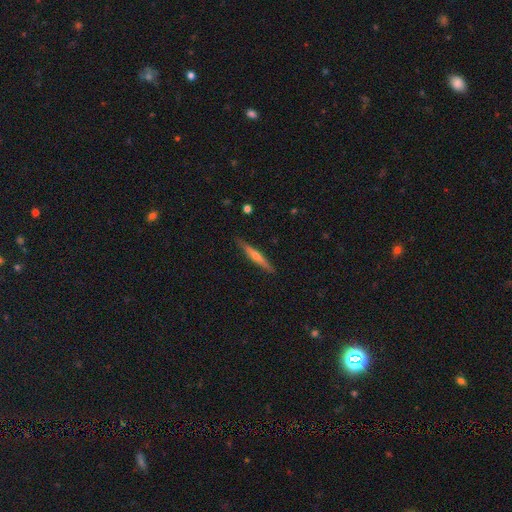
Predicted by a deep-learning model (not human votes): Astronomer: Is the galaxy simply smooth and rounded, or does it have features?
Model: featured or disk — 53% (runner-up: smooth, 41%).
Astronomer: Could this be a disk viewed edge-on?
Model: yes — 96%.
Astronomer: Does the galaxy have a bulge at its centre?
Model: rounded — 60%.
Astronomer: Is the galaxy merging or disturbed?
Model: none — 89%.